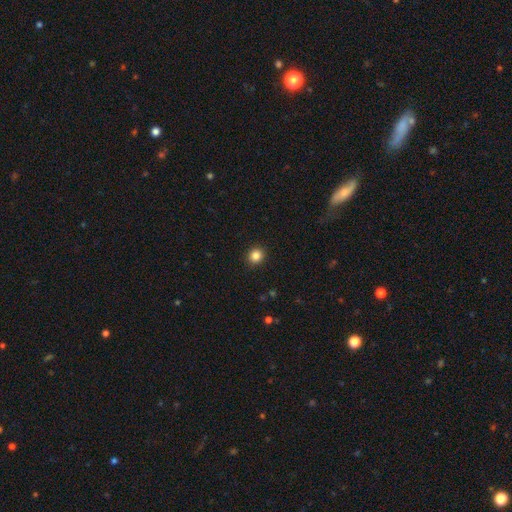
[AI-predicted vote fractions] Smooth or featured? Predicted: smooth (p=0.85). How rounded? Predicted: round (p=0.85). Merging? Predicted: none (p=0.92).